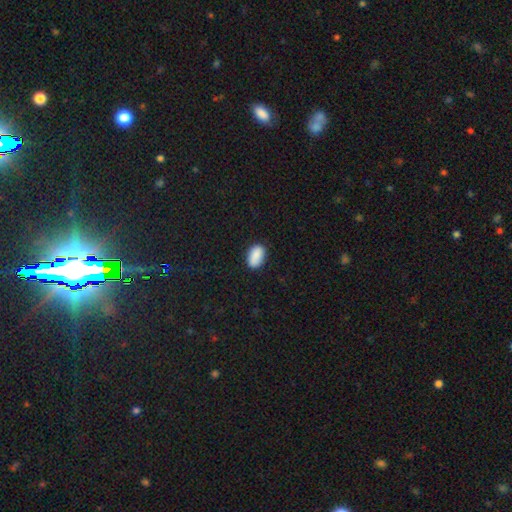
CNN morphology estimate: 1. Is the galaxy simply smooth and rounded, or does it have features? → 89% smooth, 7% star or artifact, 4% featured or disk.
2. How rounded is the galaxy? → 91% in between, 7% round, 2% cigar-shaped.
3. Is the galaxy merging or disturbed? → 85% none, 11% minor disturbance, 2% major disturbance, 1% merger.